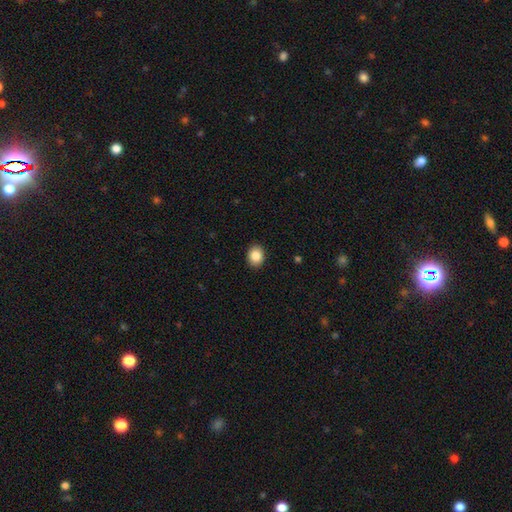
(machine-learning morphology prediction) A smooth galaxy with no disk features (87%) that is round (61%). Merging: none (91%).